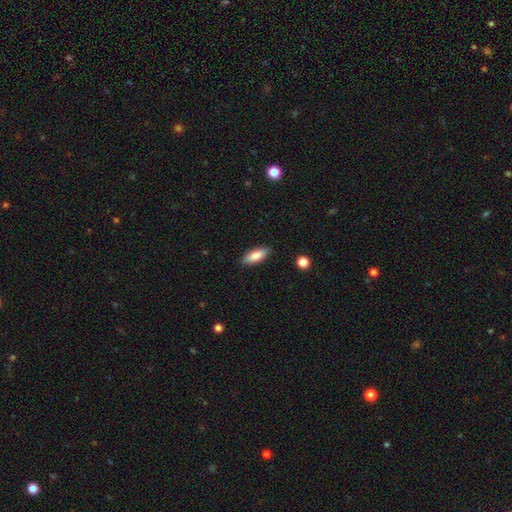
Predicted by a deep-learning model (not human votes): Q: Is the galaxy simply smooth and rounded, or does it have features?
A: smooth — 83%.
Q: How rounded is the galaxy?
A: in between — 72%.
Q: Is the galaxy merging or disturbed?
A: none — 88%.